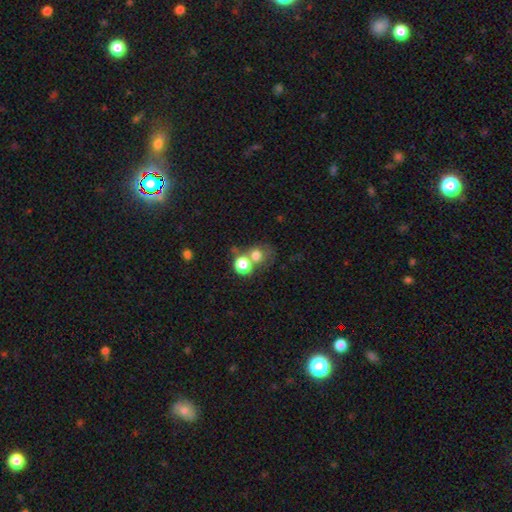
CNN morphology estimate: type=smooth (71%); roundness=round (78%); merging=merger (47%).